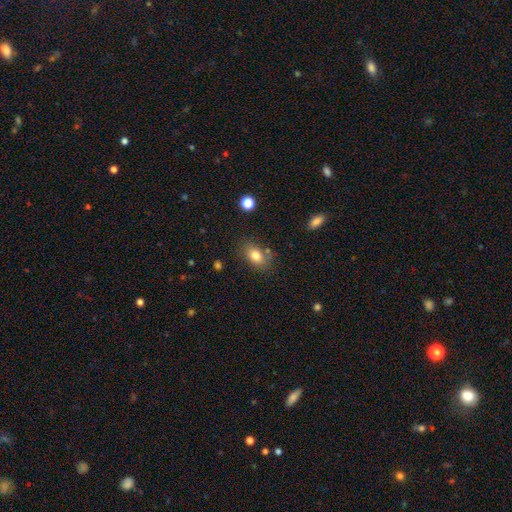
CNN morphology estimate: A smooth galaxy with no disk features (80%) that is in between round and cigar-shaped (78%).

Vote fractions:
- Smooth or featured? smooth: 80% / featured or disk: 10% / star or artifact: 10%
- How rounded? in between: 78% / round: 20% / cigar-shaped: 2%
- Merging? none: 72% / minor disturbance: 17% / merger: 6% / major disturbance: 5%